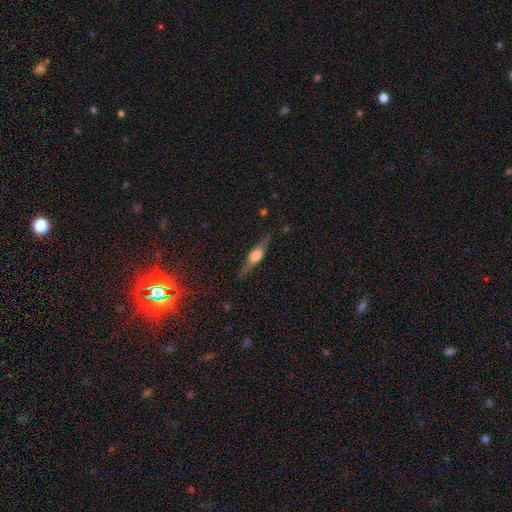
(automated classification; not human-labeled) Smooth or featured: featured or disk — 60% (smooth — 33%)
Edge-on disk: yes — 93% (no — 7%)
Edge-on bulge: rounded — 79% (boxy — 18%)
Merging: none — 79% (minor disturbance — 14%)